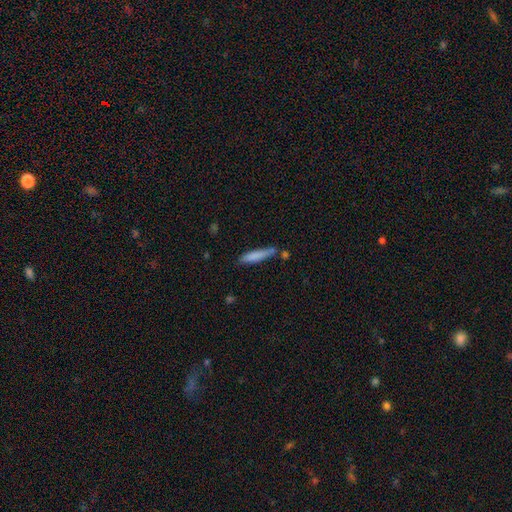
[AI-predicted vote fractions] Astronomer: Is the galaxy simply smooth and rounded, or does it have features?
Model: smooth — 79%.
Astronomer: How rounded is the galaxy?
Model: cigar-shaped — 87%.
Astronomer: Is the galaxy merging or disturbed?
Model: none — 64%.